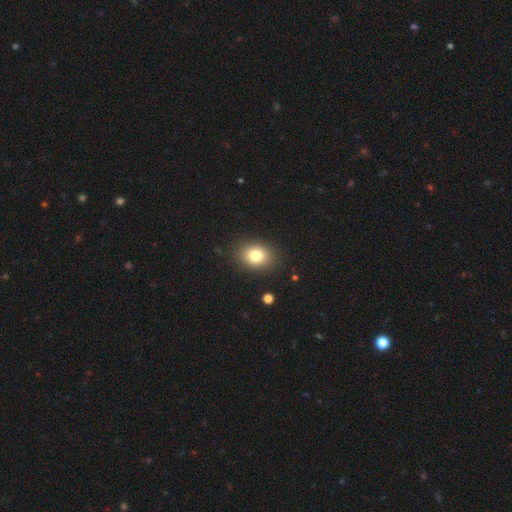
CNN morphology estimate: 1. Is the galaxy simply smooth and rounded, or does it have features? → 79% smooth, 11% star or artifact, 10% featured or disk.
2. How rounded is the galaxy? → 56% in between, 43% round, 1% cigar-shaped.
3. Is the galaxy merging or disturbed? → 88% none, 8% minor disturbance, 3% major disturbance, 1% merger.